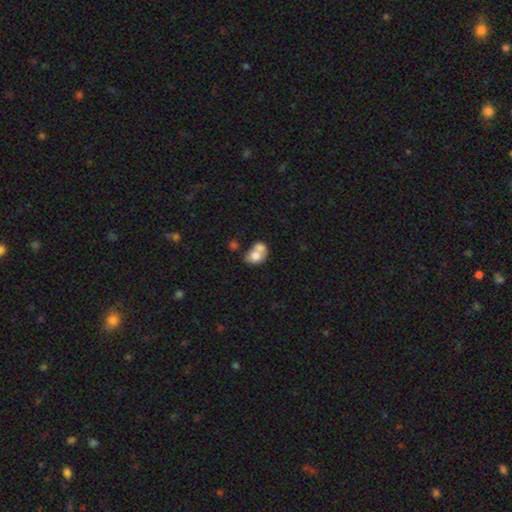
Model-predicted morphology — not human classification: A smooth galaxy with no disk features (70%) that is in between round and cigar-shaped (56%).

Vote fractions:
- Smooth or featured? smooth: 70% / featured or disk: 22% / star or artifact: 8%
- How rounded? in between: 56% / round: 43% / cigar-shaped: 1%
- Merging? merger: 66% / none: 21% / minor disturbance: 8% / major disturbance: 5%